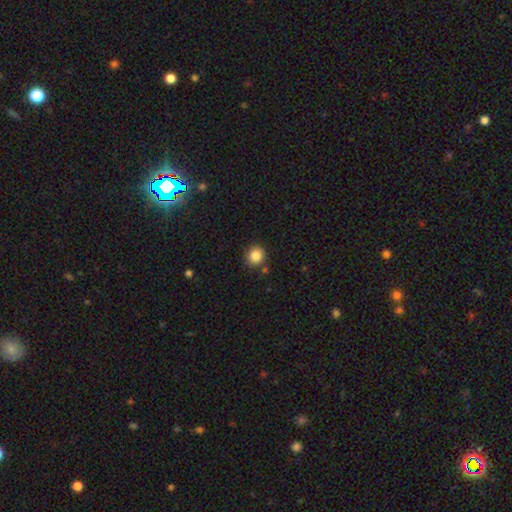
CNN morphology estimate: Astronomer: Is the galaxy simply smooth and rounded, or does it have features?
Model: smooth — 86%.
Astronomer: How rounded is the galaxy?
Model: round — 87%.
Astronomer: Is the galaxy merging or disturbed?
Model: none — 84%.